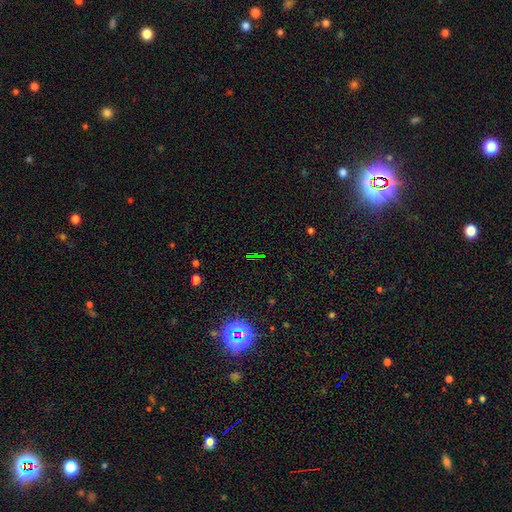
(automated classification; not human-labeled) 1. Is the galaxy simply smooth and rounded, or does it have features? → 75% star or artifact, 15% smooth, 11% featured or disk.